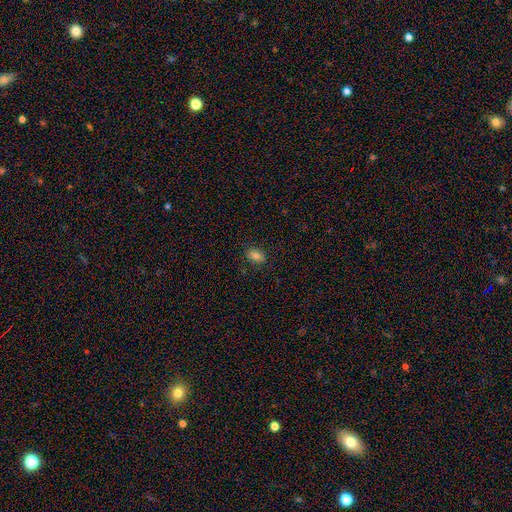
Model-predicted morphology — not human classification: A smooth galaxy with no disk features (80%) that is in between round and cigar-shaped (78%).

Vote fractions:
- Smooth or featured? smooth: 80% / star or artifact: 11% / featured or disk: 9%
- How rounded? in between: 78% / round: 20% / cigar-shaped: 2%
- Merging? none: 84% / minor disturbance: 12% / major disturbance: 2% / merger: 1%